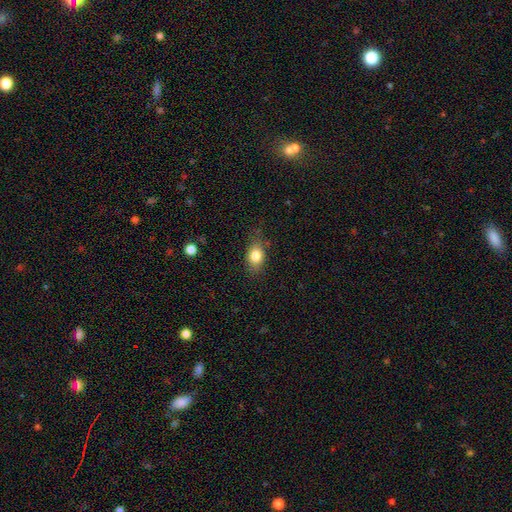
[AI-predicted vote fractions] smooth_or_featured: smooth (p=0.83) [alt: star or artifact p=0.09]
how_rounded: in between (p=0.72) [alt: round p=0.25]
merging: none (p=0.75) [alt: minor disturbance p=0.19]